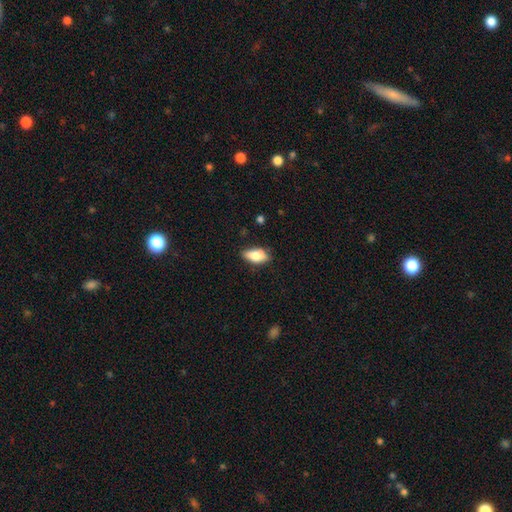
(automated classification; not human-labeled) The model was most divided on "merging": none: 74%, minor disturbance: 20%, major disturbance: 4%, merger: 2%. More confident: how rounded — in between (87%); smooth or featured — smooth (77%).